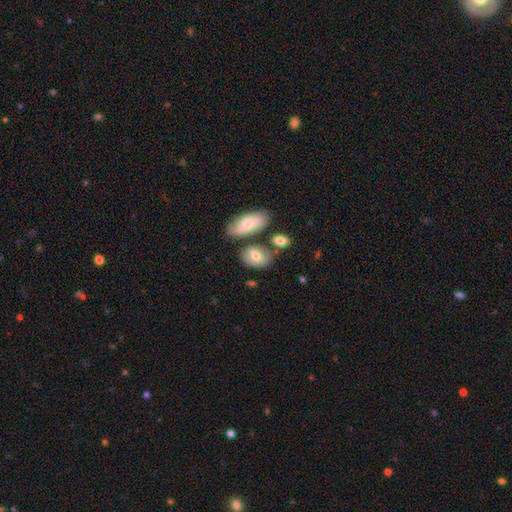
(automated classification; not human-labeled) This appears to be a smooth galaxy with no disk features (70%) that is in between round and cigar-shaped (80%). Merging: none (59%).